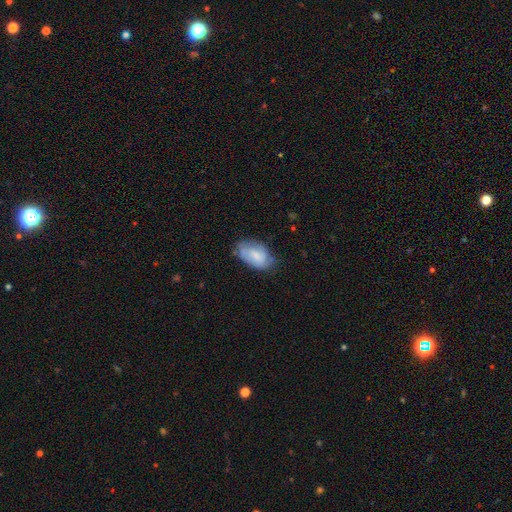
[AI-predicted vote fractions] Smooth or featured?
  - smooth: 63% *
  - featured or disk: 30%
  - star or artifact: 7%
How rounded?
  - in between: 93% *
  - round: 6%
  - cigar-shaped: 2%
Merging?
  - none: 55% *
  - minor disturbance: 33%
  - major disturbance: 10%
  - merger: 3%